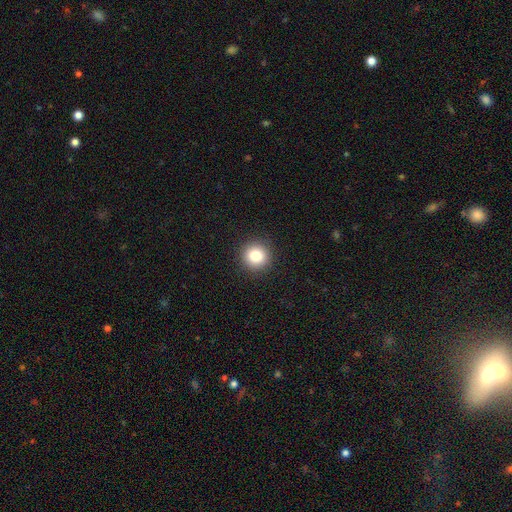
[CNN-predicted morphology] smooth_or_featured: smooth (p=0.82) [alt: star or artifact p=0.11]
how_rounded: round (p=0.94) [alt: in between p=0.05]
merging: none (p=0.93) [alt: minor disturbance p=0.05]